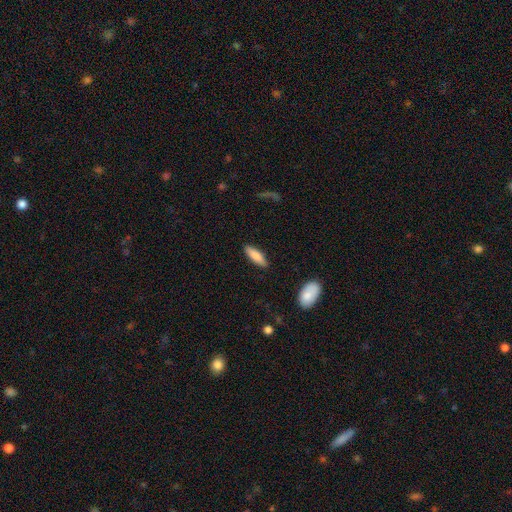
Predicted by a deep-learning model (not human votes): Q: Smooth or featured?
A: smooth (83%); runner-up: featured or disk (11%)
Q: How rounded?
A: cigar-shaped (50%); runner-up: in between (49%)
Q: Merging?
A: none (87%); runner-up: minor disturbance (9%)